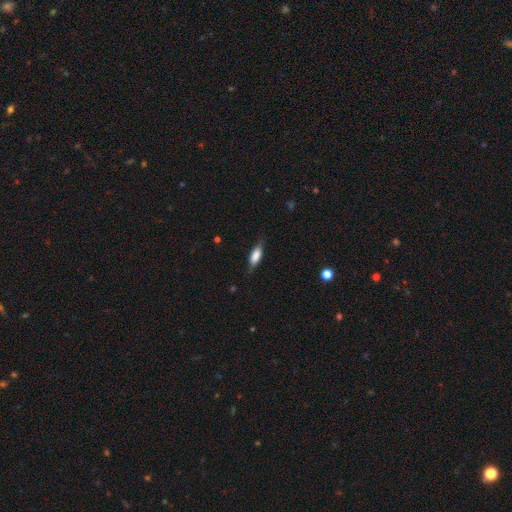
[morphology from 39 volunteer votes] Smooth or featured: smooth — 74% (featured or disk — 15%)
How rounded: in between — 55% (cigar-shaped — 41%)
Merging: none — 66% (minor disturbance — 31%)